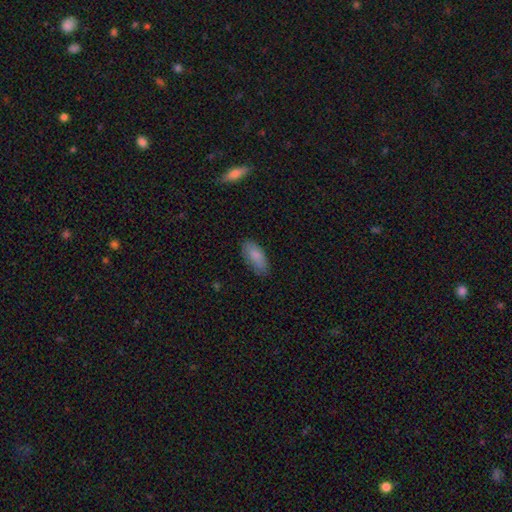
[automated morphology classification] The model was most divided on "merging": none: 82%, minor disturbance: 14%, major disturbance: 3%, merger: 1%. More confident: how rounded — in between (88%); smooth or featured — smooth (85%).